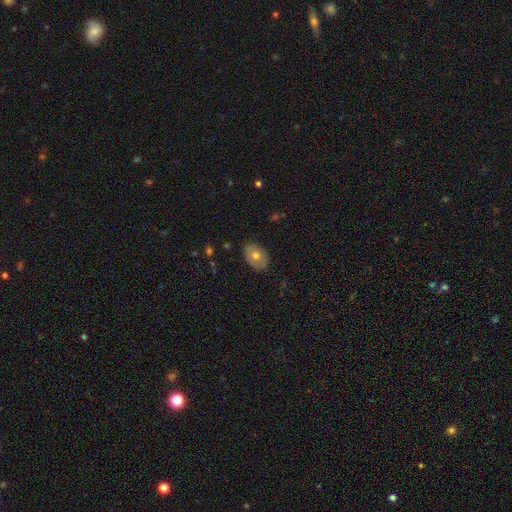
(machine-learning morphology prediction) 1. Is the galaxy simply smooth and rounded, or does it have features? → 64% smooth, 29% featured or disk, 7% star or artifact.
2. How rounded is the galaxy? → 79% in between, 20% round, 1% cigar-shaped.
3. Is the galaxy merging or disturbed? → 84% none, 12% minor disturbance, 2% major disturbance, 1% merger.